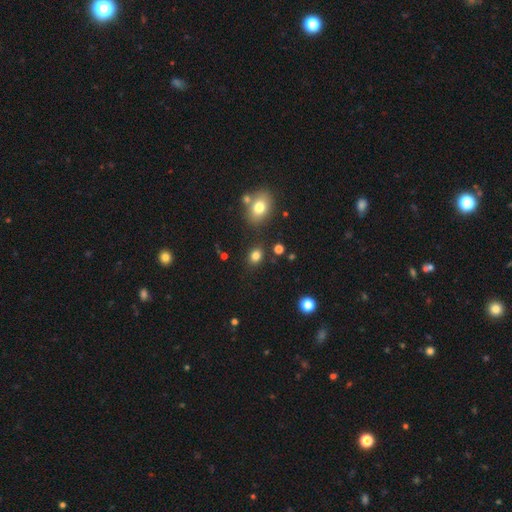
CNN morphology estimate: smooth-or-featured: smooth: 82% | star or artifact: 12% | featured or disk: 6%
  how-rounded: in between: 58% | round: 40% | cigar-shaped: 1%
  merging: none: 82% | minor disturbance: 10% | merger: 5% | major disturbance: 3%